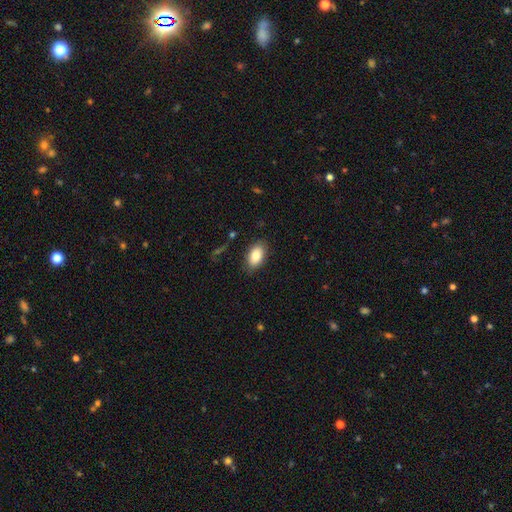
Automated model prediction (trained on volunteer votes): Smooth or featured: smooth — 83% (featured or disk — 9%)
How rounded: in between — 92% (round — 6%)
Merging: none — 83% (minor disturbance — 12%)